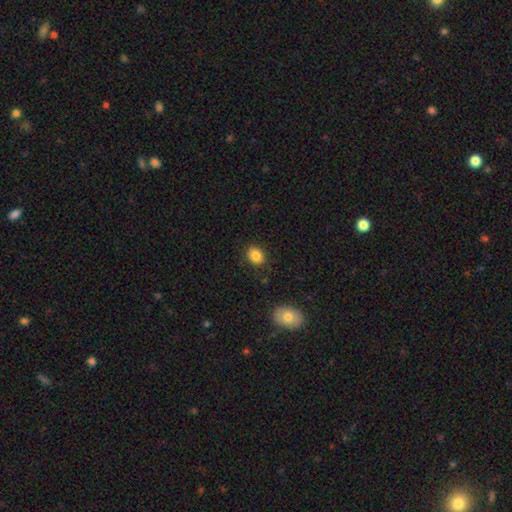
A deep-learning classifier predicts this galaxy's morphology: Q: Smooth or featured?
A: smooth (85%); runner-up: star or artifact (9%)
Q: How rounded?
A: round (51%); runner-up: in between (48%)
Q: Merging?
A: none (87%); runner-up: minor disturbance (9%)